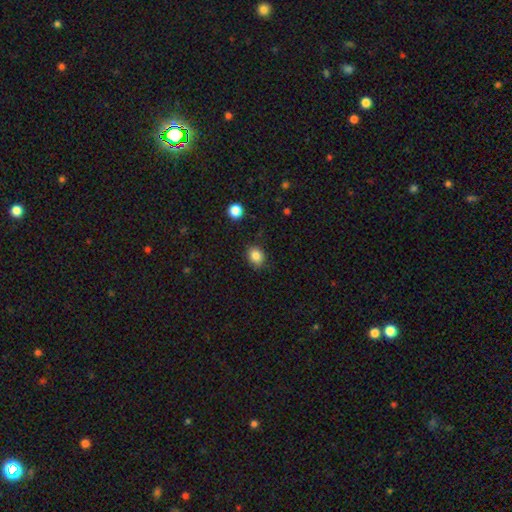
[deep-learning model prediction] smooth 84%, star or artifact 11%, featured or disk 5%. Down the decision tree: how rounded — round (60%); merging — none (84%).